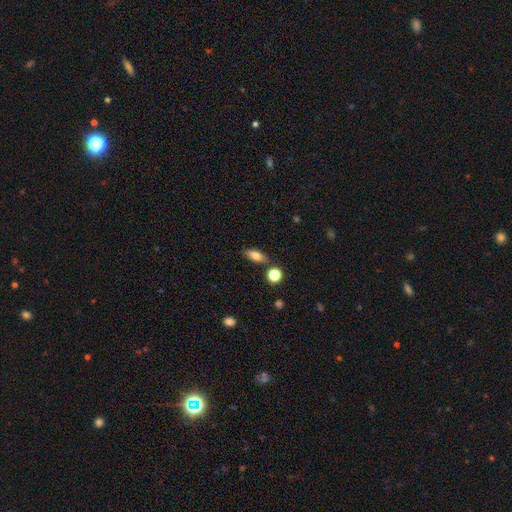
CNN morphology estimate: A smooth galaxy with no disk features (75%) that is in between round and cigar-shaped (76%).

Vote fractions:
- Smooth or featured? smooth: 75% / featured or disk: 16% / star or artifact: 10%
- How rounded? in between: 76% / cigar-shaped: 18% / round: 7%
- Merging? none: 80% / minor disturbance: 11% / merger: 6% / major disturbance: 3%